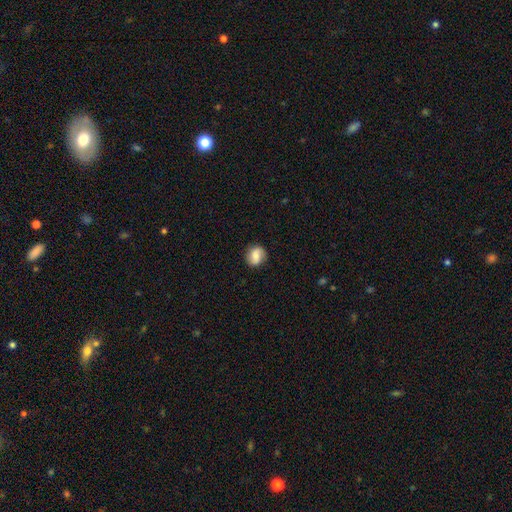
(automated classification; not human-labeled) A smooth galaxy with no disk features (61%) that is round (65%).

Vote fractions:
- Smooth or featured? smooth: 61% / featured or disk: 30% / star or artifact: 9%
- How rounded? round: 65% / in between: 34% / cigar-shaped: 1%
- Merging? none: 81% / minor disturbance: 14% / major disturbance: 4% / merger: 1%